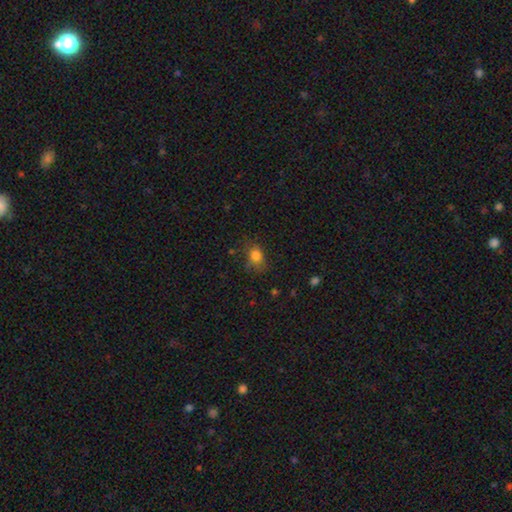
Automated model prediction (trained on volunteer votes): The model was most divided on "how rounded": in between: 60%, round: 39%, cigar-shaped: 1%. More confident: smooth or featured — smooth (81%); merging — none (64%).